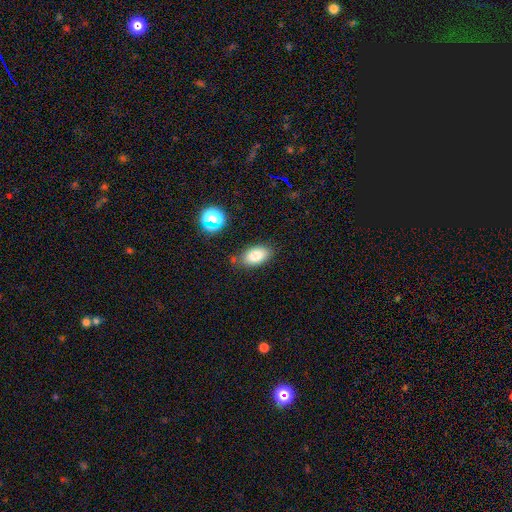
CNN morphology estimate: A smooth galaxy with no disk features (82%) that is in between round and cigar-shaped (91%).

Vote fractions:
- Smooth or featured? smooth: 82% / star or artifact: 10% / featured or disk: 9%
- How rounded? in between: 91% / round: 6% / cigar-shaped: 3%
- Merging? none: 77% / minor disturbance: 15% / merger: 4% / major disturbance: 4%